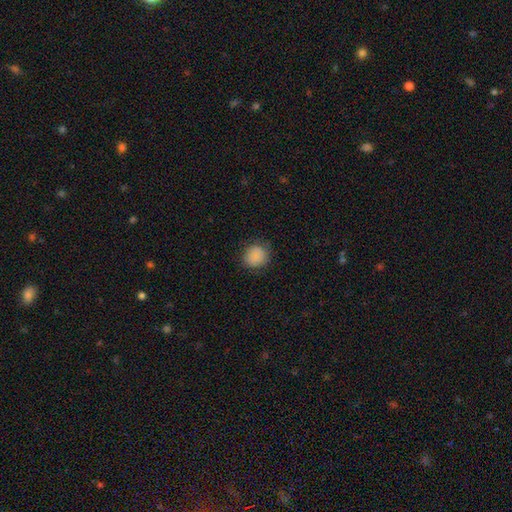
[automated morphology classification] Smooth or featured? smooth (87%)
How rounded? round (81%)
Merging? none (80%)